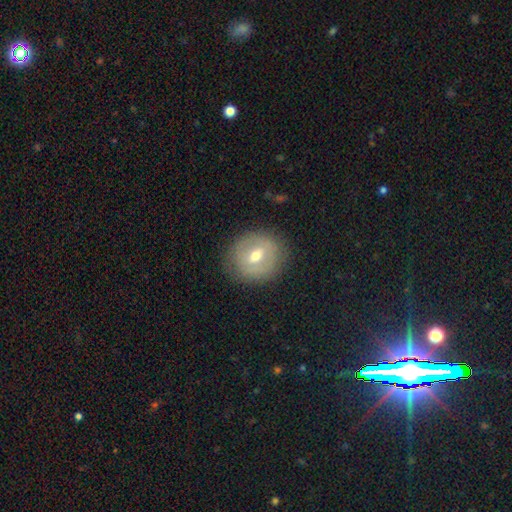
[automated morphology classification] The model was most divided on "smooth or featured": featured or disk: 47%, smooth: 44%, star or artifact: 8%. More confident: merging — none (84%).